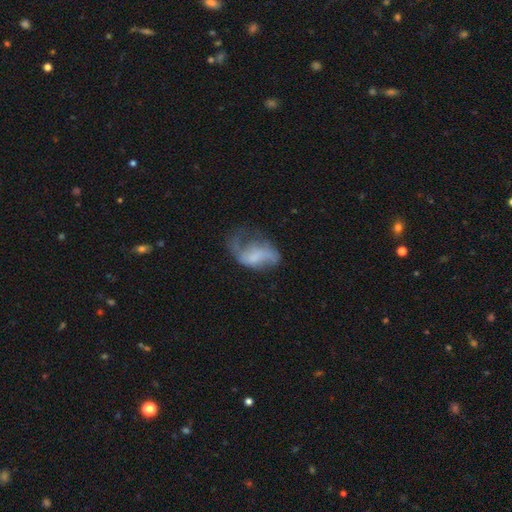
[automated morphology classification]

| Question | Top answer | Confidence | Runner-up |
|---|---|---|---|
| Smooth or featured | featured or disk | 61% | smooth (30%) |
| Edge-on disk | no | 97% | yes (3%) |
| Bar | no | 54% | weak (35%) |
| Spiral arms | yes | 70% | no (30%) |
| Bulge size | none | 49% | small (26%) |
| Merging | major disturbance | 42% | none (30%) |